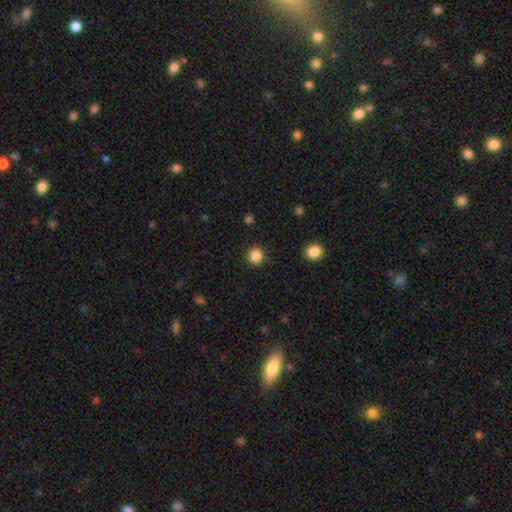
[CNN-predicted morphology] This is clearly a smooth galaxy (86%). How rounded: clearly round (90%). Merging: clearly none (89%).